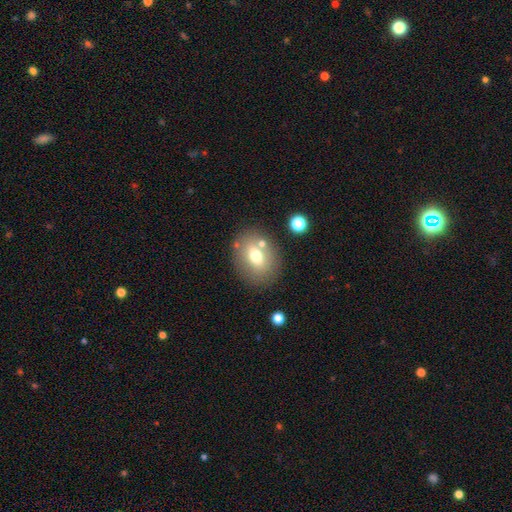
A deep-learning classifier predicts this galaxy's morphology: smooth 66%, featured or disk 23%, star or artifact 11%. Down the decision tree: how rounded — in between (58%); merging — none (75%).